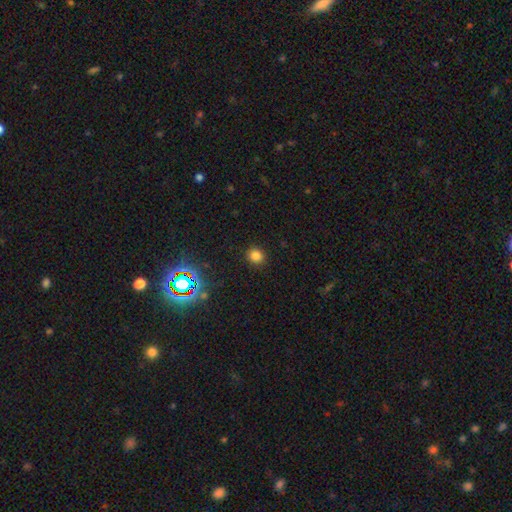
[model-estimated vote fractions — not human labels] smooth_or_featured: smooth (p=0.79) [alt: star or artifact p=0.17]
how_rounded: round (p=0.84) [alt: in between p=0.15]
merging: none (p=0.90) [alt: minor disturbance p=0.06]